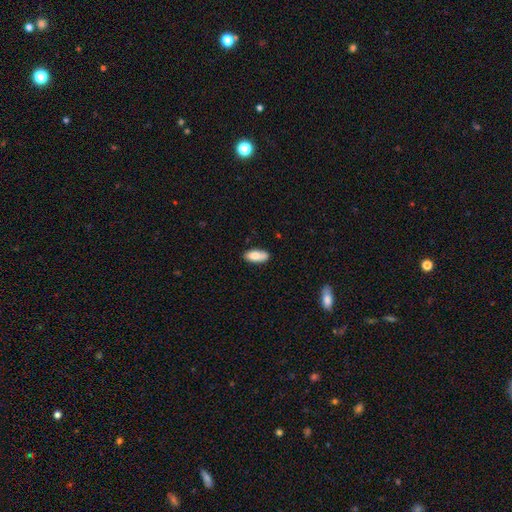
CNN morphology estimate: Overall: smooth (83%). How rounded: in between (86%). Merging: none (78%).